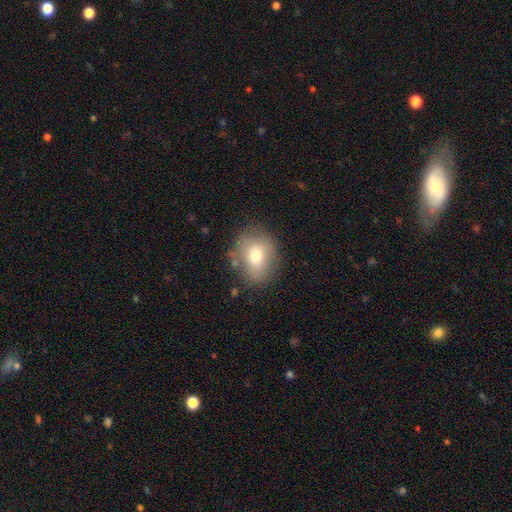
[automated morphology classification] The model was most divided on "how rounded": in between: 52%, round: 47%, cigar-shaped: 1%. More confident: merging — none (76%); smooth or featured — smooth (75%).